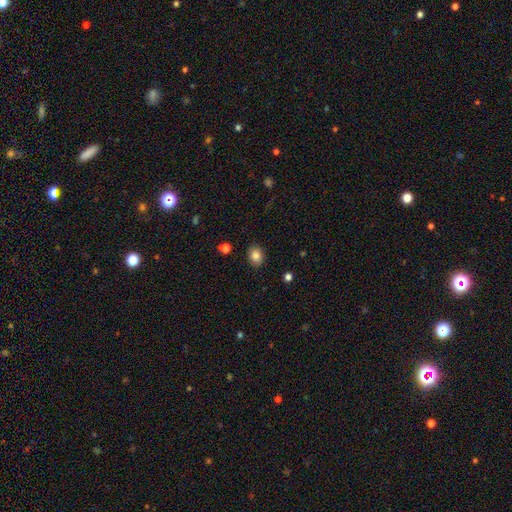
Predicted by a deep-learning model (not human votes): smooth-or-featured: smooth: 84% | star or artifact: 10% | featured or disk: 6%
  how-rounded: in between: 59% | round: 40% | cigar-shaped: 1%
  merging: none: 89% | minor disturbance: 8% | major disturbance: 2% | merger: 1%